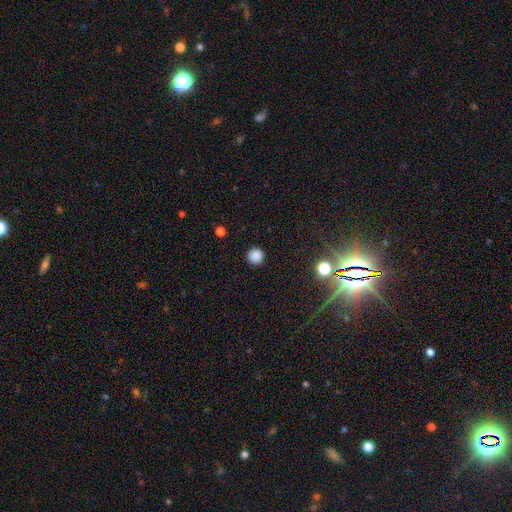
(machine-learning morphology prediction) smooth-or-featured: smooth: 85% | star or artifact: 12% | featured or disk: 3%
  how-rounded: round: 96% | in between: 3% | cigar-shaped: 1%
  merging: none: 92% | minor disturbance: 5% | major disturbance: 2% | merger: 1%